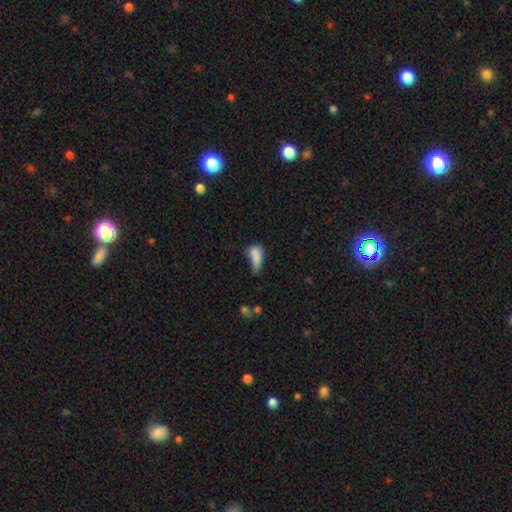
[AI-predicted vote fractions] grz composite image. It shows a smooth galaxy with no disk features (76%) that is in between round and cigar-shaped (82%). Merging: minor disturbance (33%).